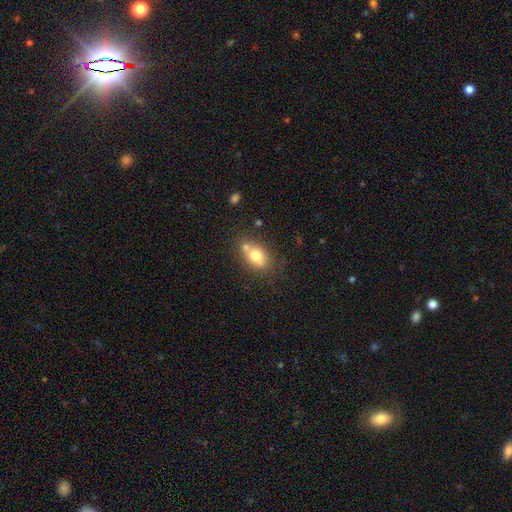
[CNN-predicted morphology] smooth 71%, featured or disk 20%, star or artifact 10%. Down the decision tree: how rounded — in between (74%); merging — none (56%).